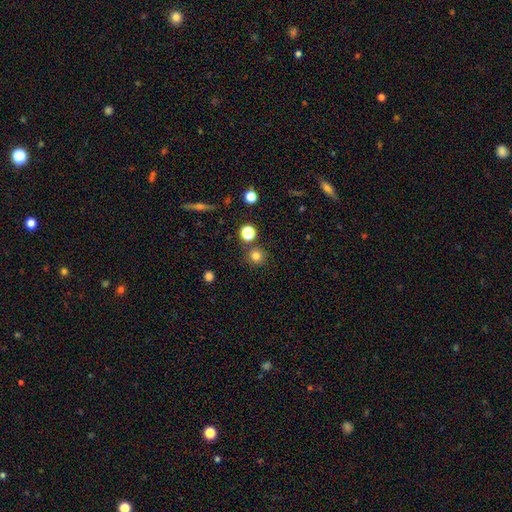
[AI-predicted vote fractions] Smooth or featured?
  - smooth: 79% *
  - star or artifact: 15%
  - featured or disk: 6%
How rounded?
  - round: 92% *
  - in between: 7%
  - cigar-shaped: 1%
Merging?
  - none: 85% *
  - minor disturbance: 7%
  - merger: 5%
  - major disturbance: 3%